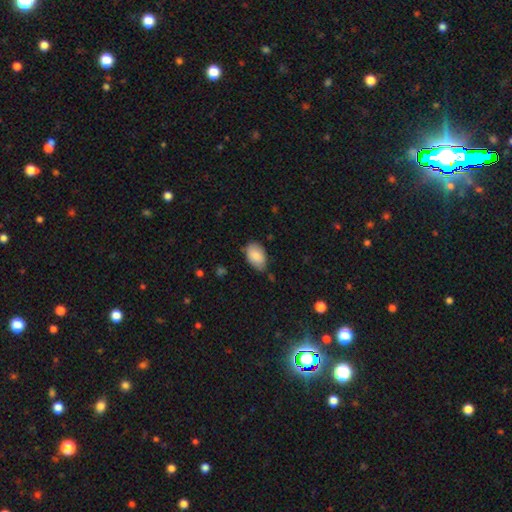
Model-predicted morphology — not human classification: smooth-or-featured: smooth: 84% | featured or disk: 9% | star or artifact: 7%
  how-rounded: in between: 91% | round: 7% | cigar-shaped: 1%
  merging: none: 69% | minor disturbance: 25% | major disturbance: 4% | merger: 2%